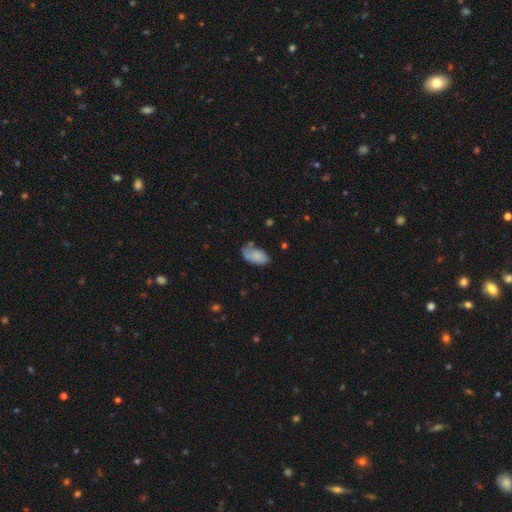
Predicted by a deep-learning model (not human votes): This is likely a smooth galaxy (79%). How rounded: clearly in between (94%). Merging: possibly none (53%).